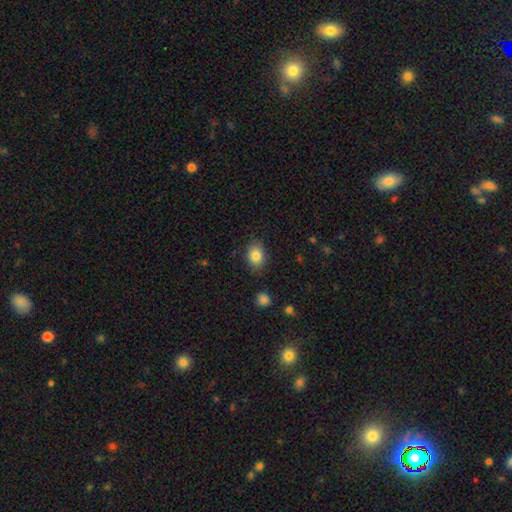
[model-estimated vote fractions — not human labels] This is clearly a smooth galaxy (83%). How rounded: likely in between (72%). Merging: clearly none (84%).